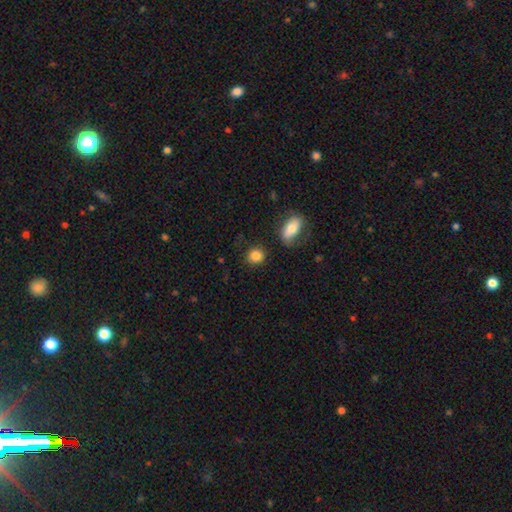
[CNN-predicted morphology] Smooth or featured?
  - smooth: 85% *
  - star or artifact: 9%
  - featured or disk: 6%
How rounded?
  - round: 76% *
  - in between: 22%
  - cigar-shaped: 2%
Merging?
  - none: 82% *
  - minor disturbance: 10%
  - merger: 4%
  - major disturbance: 3%